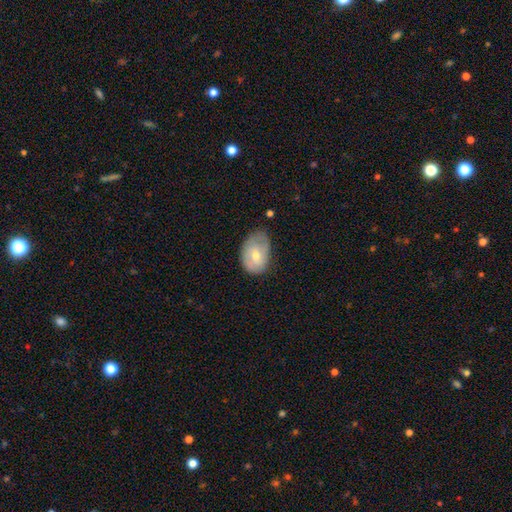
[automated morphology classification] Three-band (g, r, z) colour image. It shows a smooth galaxy with no disk features (58%) that is in between round and cigar-shaped (81%). Merging: none (47%).